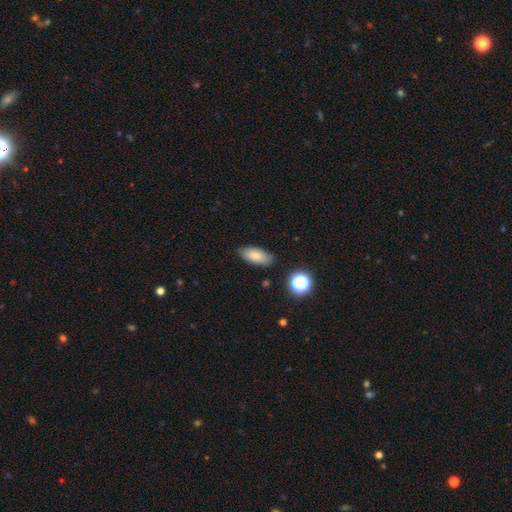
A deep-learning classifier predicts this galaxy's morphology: This is clearly a smooth galaxy (83%). How rounded: clearly in between (87%). Merging: clearly none (83%).